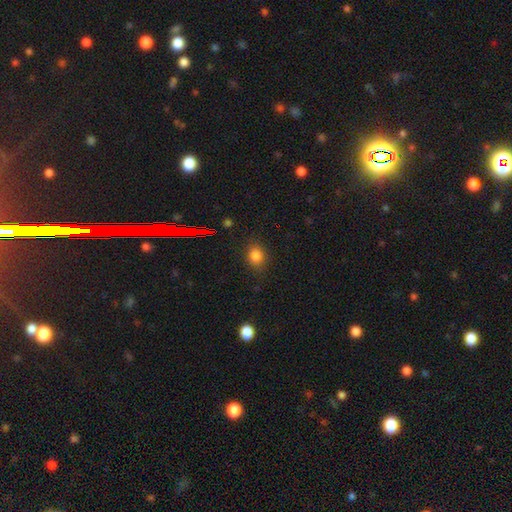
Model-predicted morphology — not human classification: smooth_or_featured: smooth (p=0.80) [alt: star or artifact p=0.14]
how_rounded: in between (p=0.50) [alt: round p=0.49]
merging: none (p=0.83) [alt: minor disturbance p=0.13]